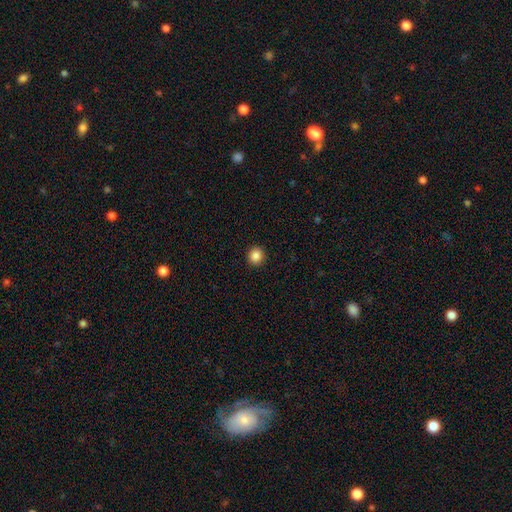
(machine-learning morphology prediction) smooth_or_featured: smooth (p=0.87) [alt: star or artifact p=0.10]
how_rounded: round (p=0.92) [alt: in between p=0.07]
merging: none (p=0.93) [alt: minor disturbance p=0.04]